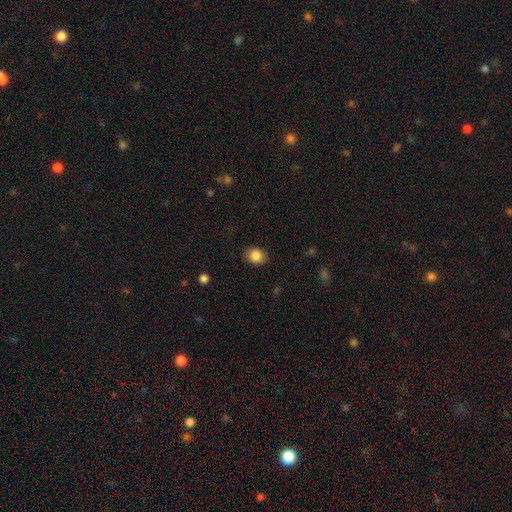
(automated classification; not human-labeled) smooth_or_featured: smooth (p=0.86) [alt: star or artifact p=0.09]
how_rounded: round (p=0.54) [alt: in between p=0.45]
merging: none (p=0.85) [alt: minor disturbance p=0.11]